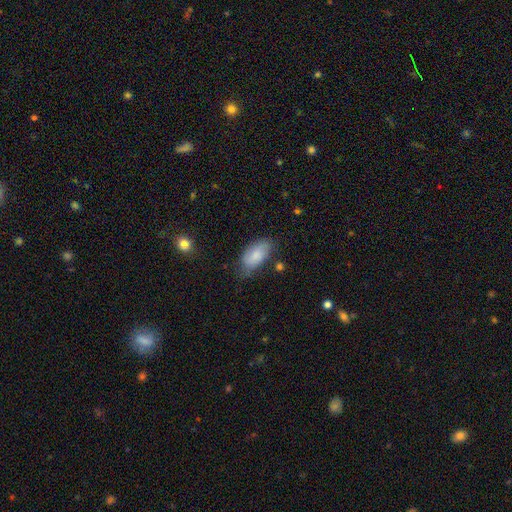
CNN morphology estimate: Smooth or featured? smooth (81%)
How rounded? in between (93%)
Merging? none (61%)